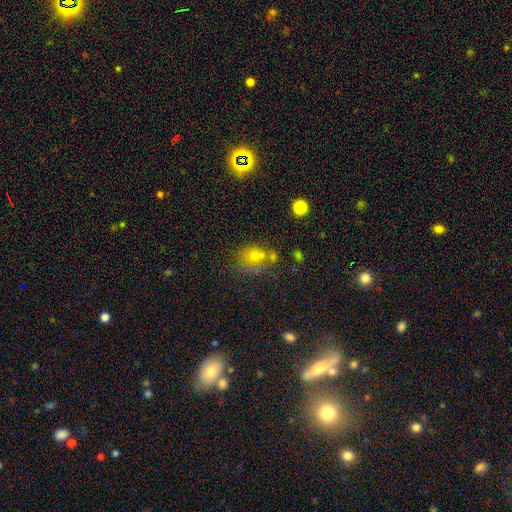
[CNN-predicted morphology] smooth 61%, featured or disk 23%, star or artifact 16%. Down the decision tree: how rounded — round (63%); merging — none (39%).